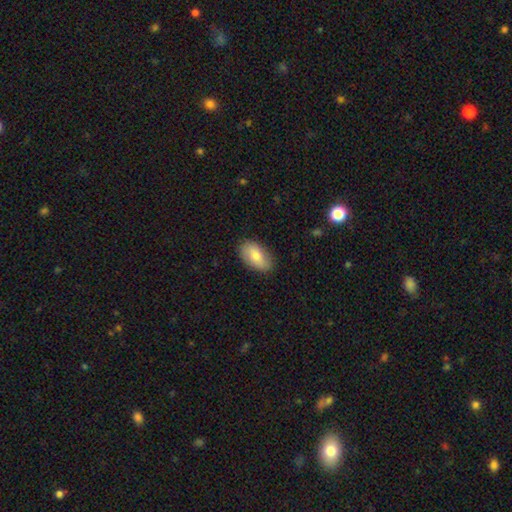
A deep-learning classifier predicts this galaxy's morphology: A smooth galaxy with no disk features (74%) that is in between round and cigar-shaped (93%). Merging: none (84%).